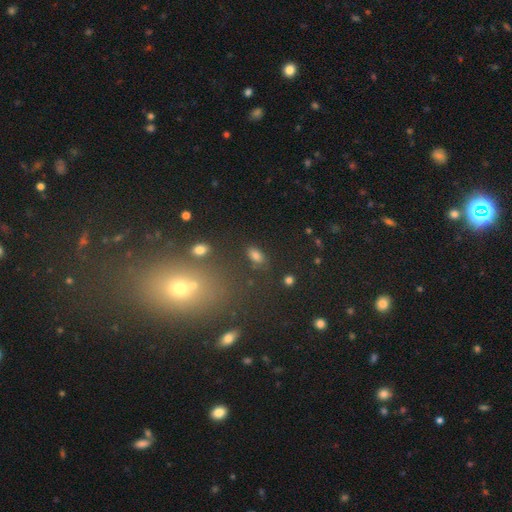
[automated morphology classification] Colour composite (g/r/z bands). It shows a smooth galaxy with no disk features (76%) that is in between round and cigar-shaped (86%). Merging: none (79%).